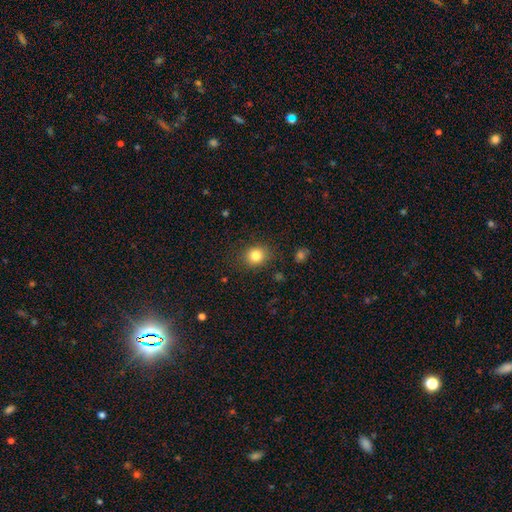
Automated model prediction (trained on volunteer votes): smooth-or-featured: smooth: 83% | star or artifact: 11% | featured or disk: 6%
  how-rounded: round: 70% | in between: 29% | cigar-shaped: 1%
  merging: none: 85% | minor disturbance: 11% | major disturbance: 3% | merger: 1%